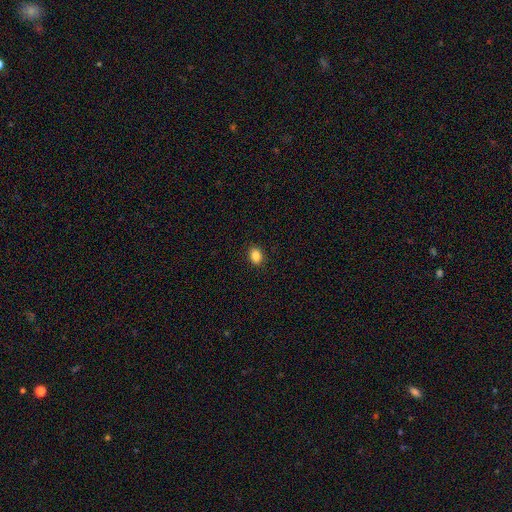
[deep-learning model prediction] This is clearly a smooth galaxy (87%). How rounded: likely in between (63%). Merging: clearly none (90%).